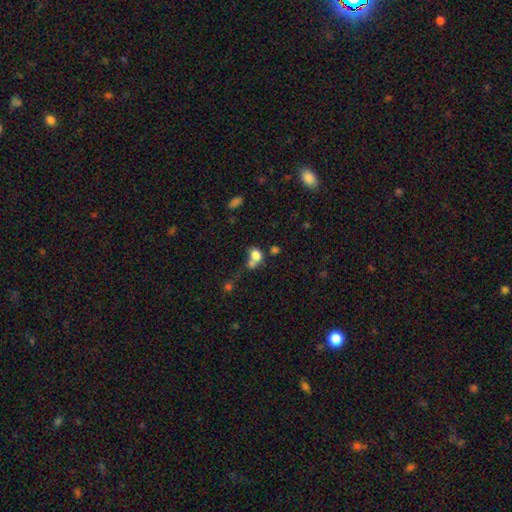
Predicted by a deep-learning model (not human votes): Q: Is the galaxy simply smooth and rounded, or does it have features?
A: smooth — 76%.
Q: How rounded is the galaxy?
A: in between — 50%.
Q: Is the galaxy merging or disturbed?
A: merger — 50%.